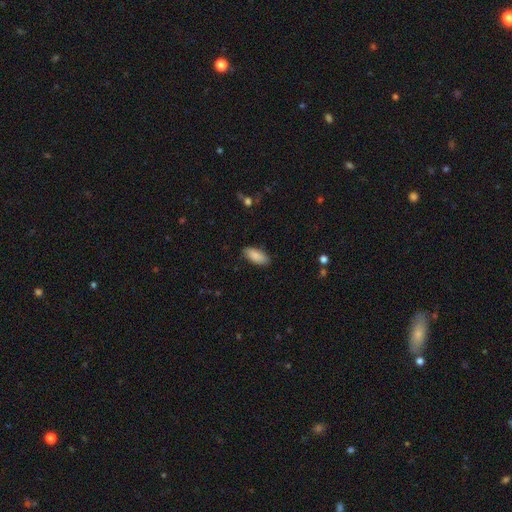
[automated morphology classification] Smooth or featured? smooth (89%)
How rounded? in between (87%)
Merging? none (86%)